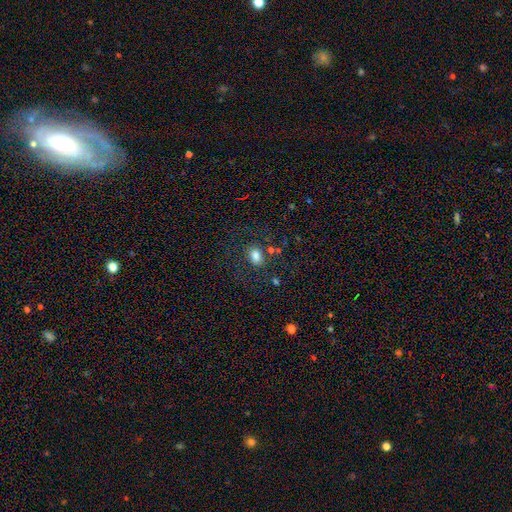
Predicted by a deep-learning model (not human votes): Smooth or featured? Predicted: smooth (p=0.79). How rounded? Predicted: in between (p=0.65). Merging? Predicted: none (p=0.73).